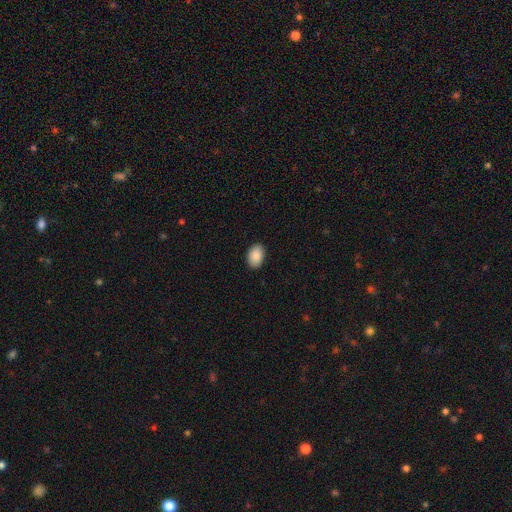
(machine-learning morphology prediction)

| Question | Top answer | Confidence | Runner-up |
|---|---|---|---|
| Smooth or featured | smooth | 90% | star or artifact (7%) |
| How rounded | in between | 87% | round (12%) |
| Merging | none | 89% | minor disturbance (8%) |